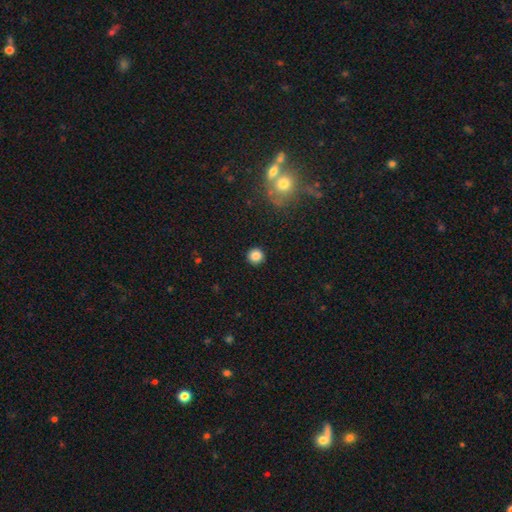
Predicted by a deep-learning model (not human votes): A smooth galaxy with no disk features (86%) that is round (95%). Merging: none (92%).